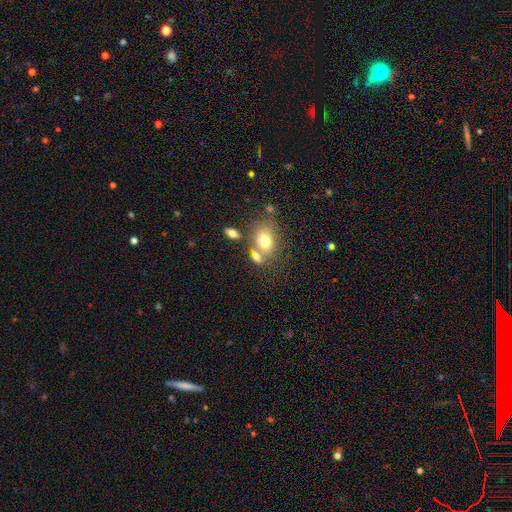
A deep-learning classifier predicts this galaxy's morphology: This is likely a smooth galaxy (74%). How rounded: likely in between (71%). Merging: possibly none (50%).